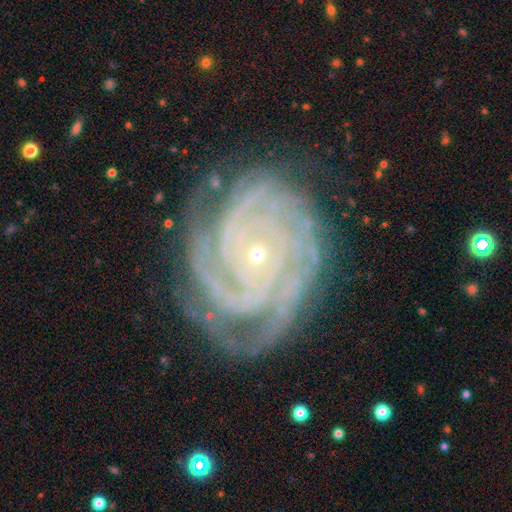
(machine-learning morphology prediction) This is clearly a featured or disk galaxy (90%). It is clearly not viewed edge-on (97%). Bar: likely no (77%). Spiral arm pattern: clearly yes (99%). Spiral arm count: marginally 4 (29%). Spiral winding: clearly tight (82%). Central bulge: clearly small (85%). Merging: likely none (75%).